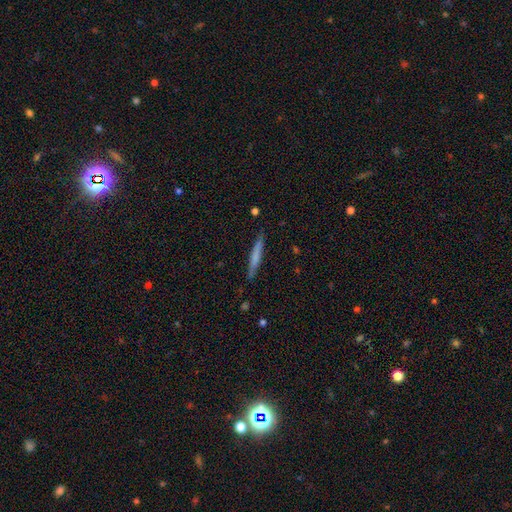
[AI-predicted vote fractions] A smooth galaxy with no disk features (61%) that is cigar-shaped (95%). Merging: none (88%).